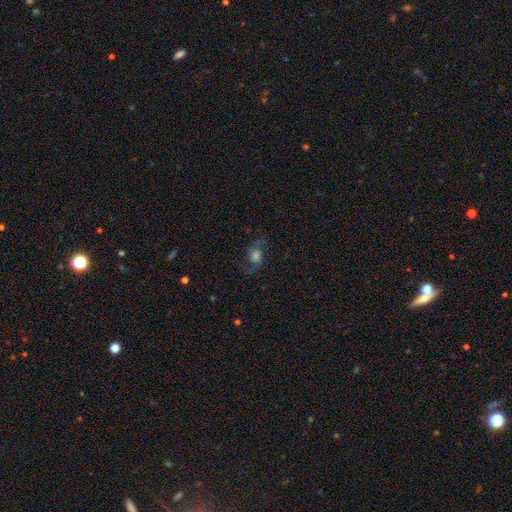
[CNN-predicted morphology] Overall: featured or disk (64%). Edge-on disk: no (95%). Bar: no (68%). Spiral arms: yes (91%). Spiral arm count: 2 (91%). Spiral winding: loose (54%; medium 38%). Bulge size: large (40%; moderate 32%). Merging: none (72%).